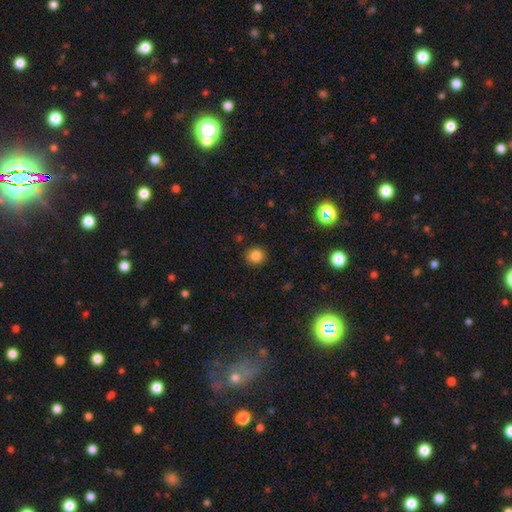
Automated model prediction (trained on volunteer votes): A smooth galaxy with no disk features (83%) that is round (90%). Merging: none (91%).